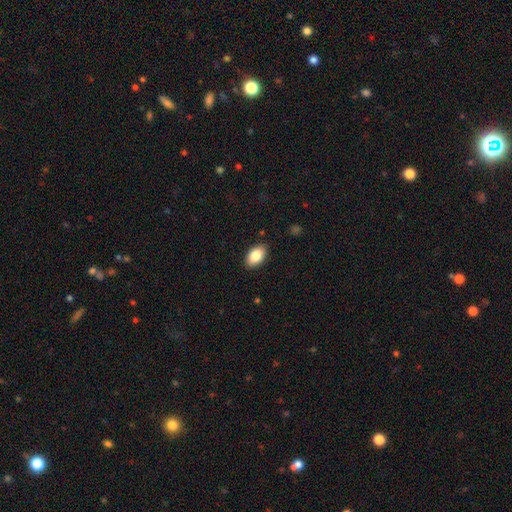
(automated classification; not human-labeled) This appears to be a smooth galaxy with no disk features (85%) that is in between round and cigar-shaped (92%). Merging: none (87%).